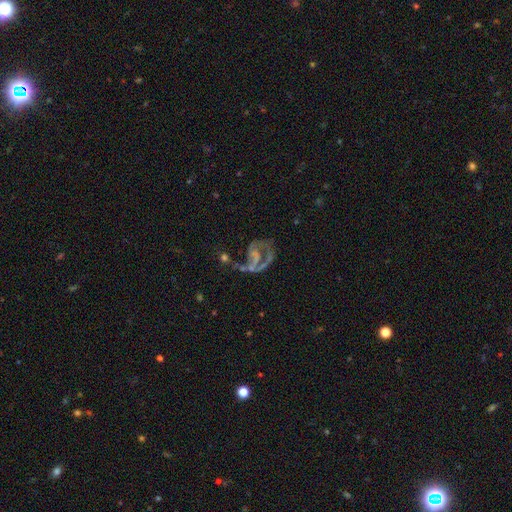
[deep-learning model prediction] A featured or disk galaxy (65%) with no bar (64%), spiral arms (61%) and no central bulge (63%).

Vote fractions:
- Smooth or featured? featured or disk: 65% / star or artifact: 19% / smooth: 16%
- Edge-on disk? no: 97% / yes: 3%
- Bar? no: 64% / weak: 23% / strong: 13%
- Spiral arms? yes: 61% / no: 39%
- Bulge size? none: 63% / small: 21% / moderate: 11% / large: 3% / dominant: 2%
- Merging? major disturbance: 39% / none: 31% / merger: 16% / minor disturbance: 14%